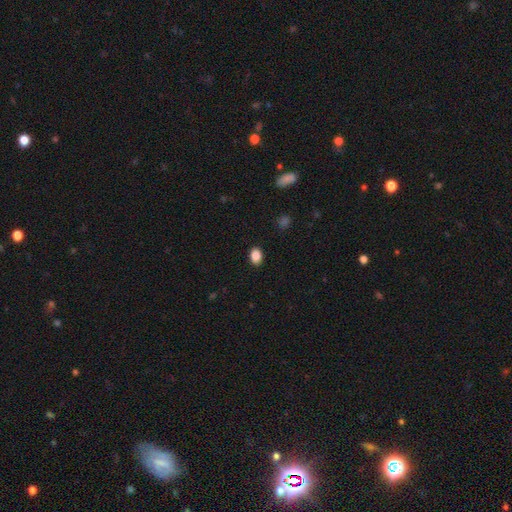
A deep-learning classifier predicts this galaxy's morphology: Smooth or featured? smooth (88%)
How rounded? in between (77%)
Merging? none (89%)